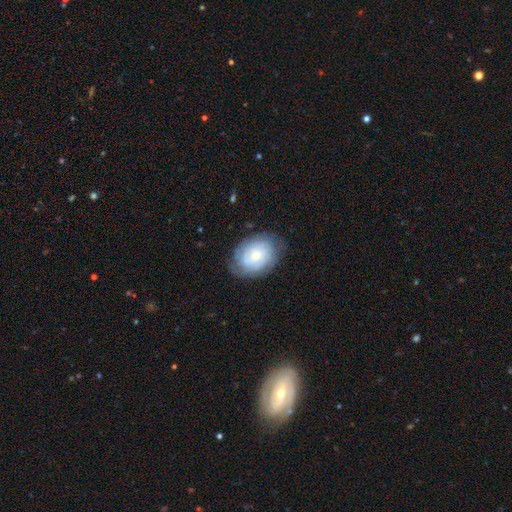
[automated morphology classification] type=featured or disk (48%); merging=none (72%).